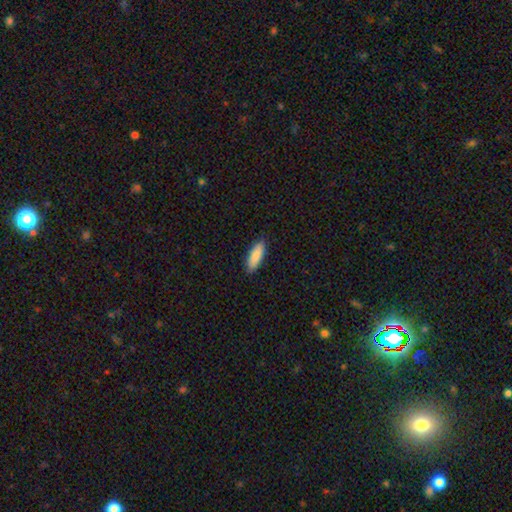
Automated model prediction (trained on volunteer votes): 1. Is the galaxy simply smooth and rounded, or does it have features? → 86% smooth, 8% featured or disk, 6% star or artifact.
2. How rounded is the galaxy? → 55% in between, 44% cigar-shaped, 2% round.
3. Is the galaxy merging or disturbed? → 90% none, 8% minor disturbance, 2% major disturbance, 1% merger.